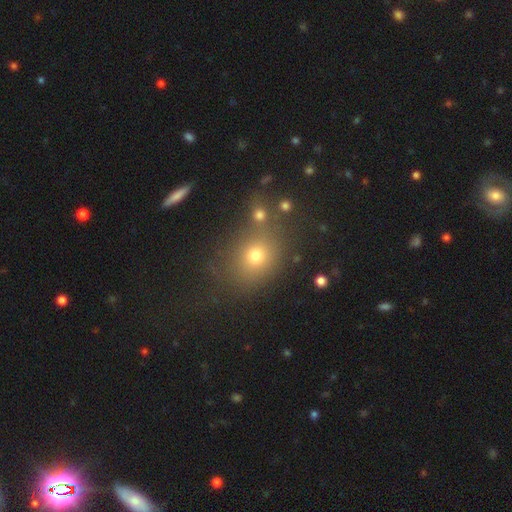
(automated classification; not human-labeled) This is likely a smooth galaxy (69%). How rounded: likely round (63%). Merging: likely none (68%).